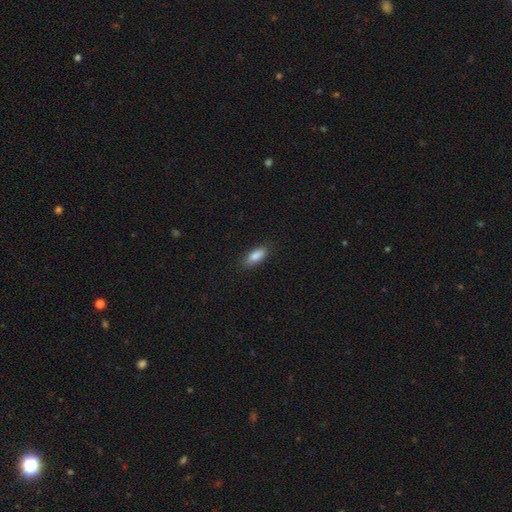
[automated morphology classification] Smooth or featured?
  - smooth: 87% *
  - star or artifact: 7%
  - featured or disk: 6%
How rounded?
  - in between: 80% *
  - cigar-shaped: 18%
  - round: 2%
Merging?
  - none: 84% *
  - minor disturbance: 12%
  - major disturbance: 3%
  - merger: 1%